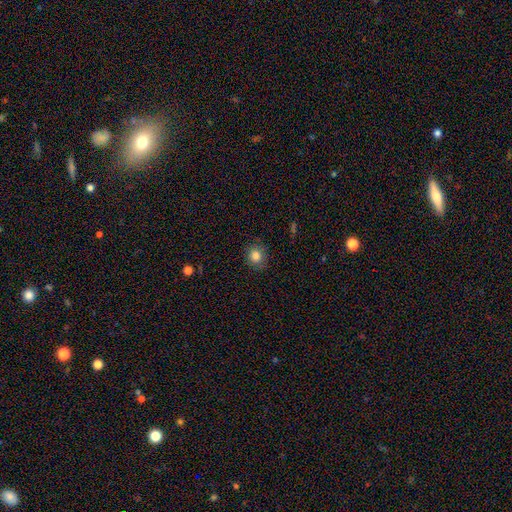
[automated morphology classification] Overall: smooth (84%). How rounded: round (81%). Merging: none (85%).